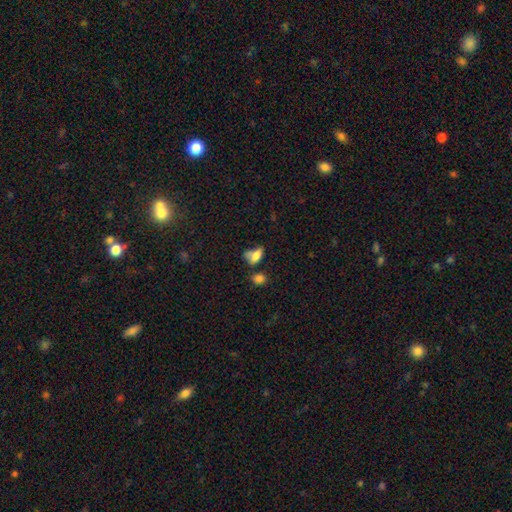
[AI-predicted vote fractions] This is likely a smooth galaxy (74%). How rounded: clearly in between (82%). Merging: marginally none (37%).